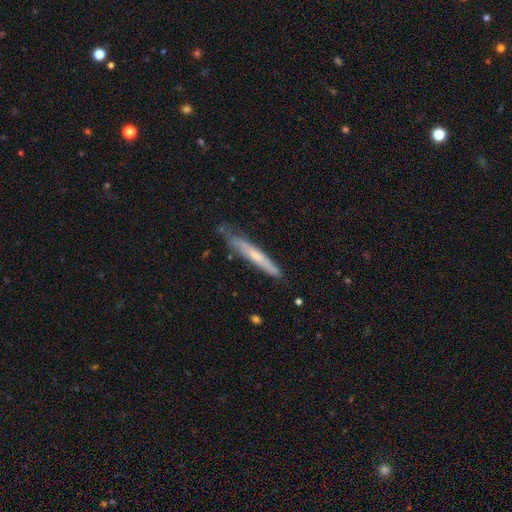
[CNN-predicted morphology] featured or disk 47% (tied), smooth 47% (tied), star or artifact 6%. Down the decision tree: merging — none (72%).